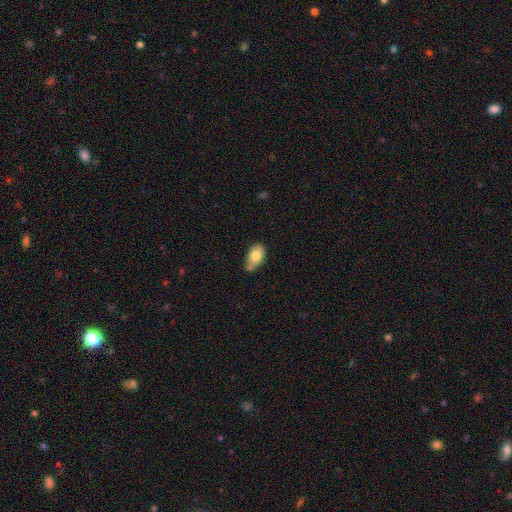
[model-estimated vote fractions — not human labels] This is likely a smooth galaxy (78%). How rounded: clearly in between (87%). Merging: possibly none (53%).